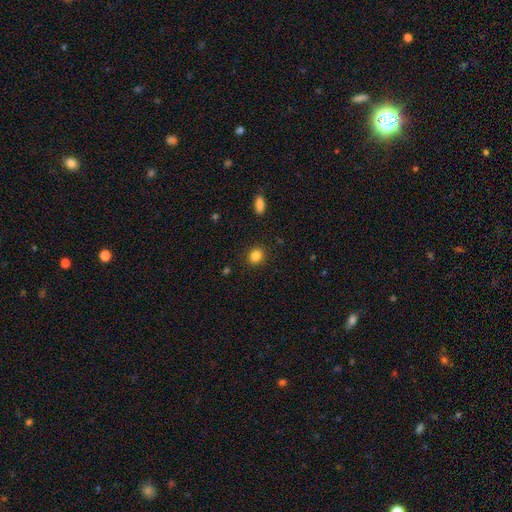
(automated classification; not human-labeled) A smooth galaxy with no disk features (85%) that is round (73%).

Vote fractions:
- Smooth or featured? smooth: 85% / star or artifact: 11% / featured or disk: 4%
- How rounded? round: 73% / in between: 26% / cigar-shaped: 1%
- Merging? none: 90% / minor disturbance: 7% / major disturbance: 2% / merger: 1%